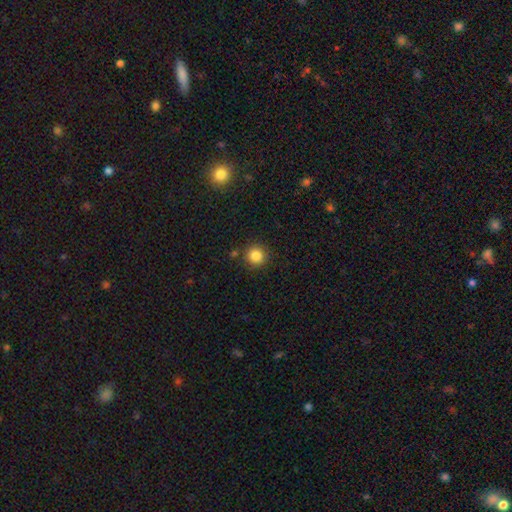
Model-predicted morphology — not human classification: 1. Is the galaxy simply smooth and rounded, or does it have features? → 85% smooth, 11% star or artifact, 4% featured or disk.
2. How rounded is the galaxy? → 94% round, 5% in between, 1% cigar-shaped.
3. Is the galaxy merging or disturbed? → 87% none, 7% minor disturbance, 3% merger, 2% major disturbance.